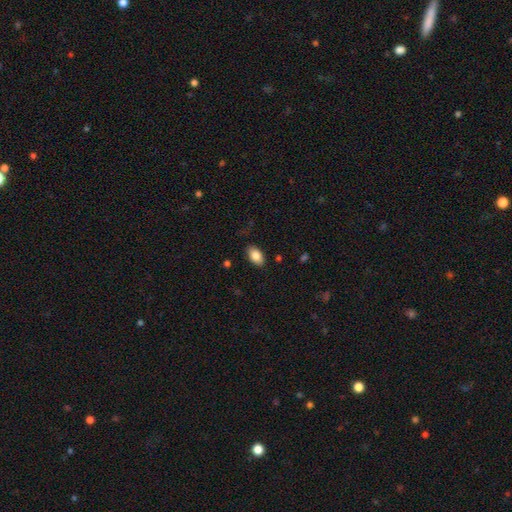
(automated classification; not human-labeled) Q: Smooth or featured?
A: smooth (84%); runner-up: featured or disk (9%)
Q: How rounded?
A: in between (92%); runner-up: round (6%)
Q: Merging?
A: none (85%); runner-up: minor disturbance (11%)